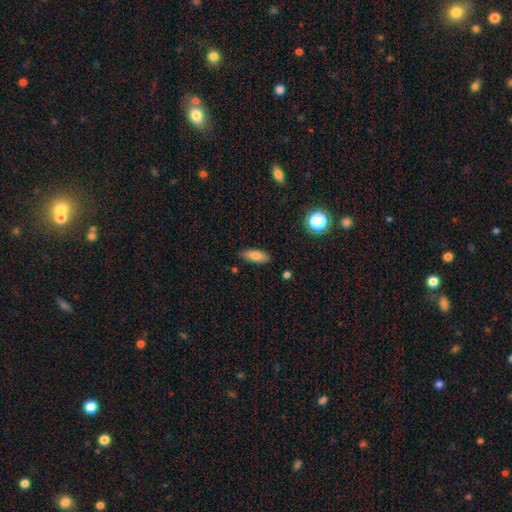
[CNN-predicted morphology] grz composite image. It shows a smooth galaxy with no disk features (81%) that is in between round and cigar-shaped (71%). Merging: none (85%).